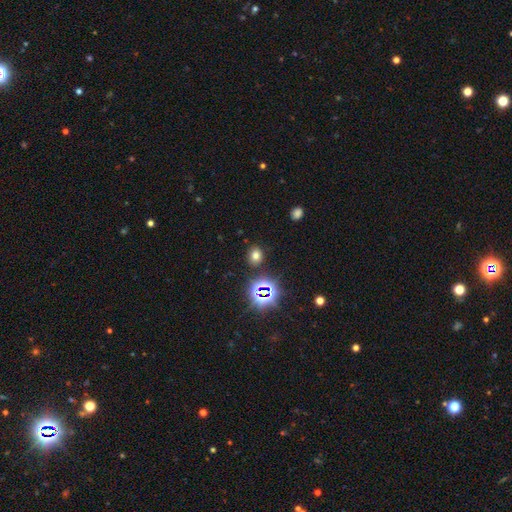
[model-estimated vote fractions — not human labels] smooth_or_featured: smooth (p=0.65) [alt: star or artifact p=0.27]
how_rounded: round (p=0.66) [alt: in between p=0.33]
merging: none (p=0.87) [alt: minor disturbance p=0.08]